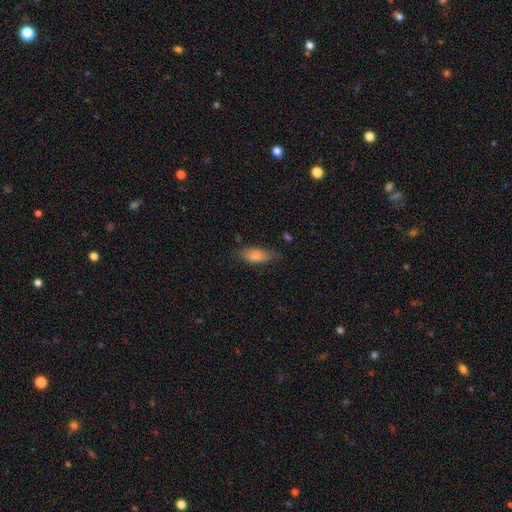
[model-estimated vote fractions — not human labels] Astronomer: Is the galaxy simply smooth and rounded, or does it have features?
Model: smooth — 81%.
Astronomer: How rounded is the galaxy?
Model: in between — 82%.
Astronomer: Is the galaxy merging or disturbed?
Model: none — 67%.